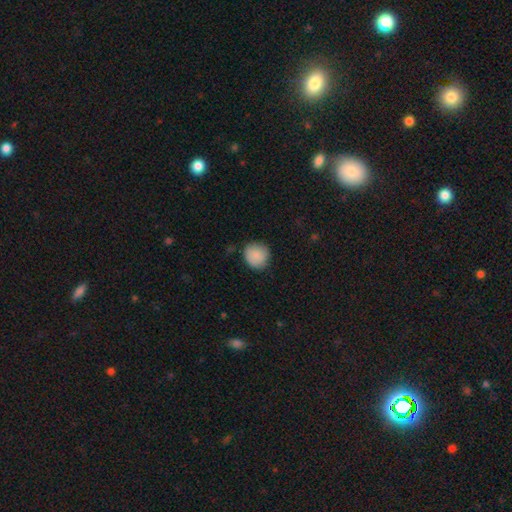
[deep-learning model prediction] This is clearly a smooth galaxy (88%). How rounded: clearly round (89%). Merging: likely none (78%).